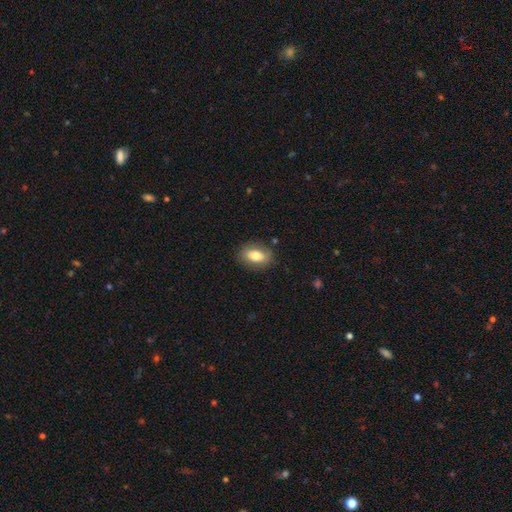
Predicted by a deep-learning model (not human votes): Smooth or featured: smooth — 75% (featured or disk — 18%)
How rounded: in between — 85% (round — 13%)
Merging: none — 84% (minor disturbance — 12%)